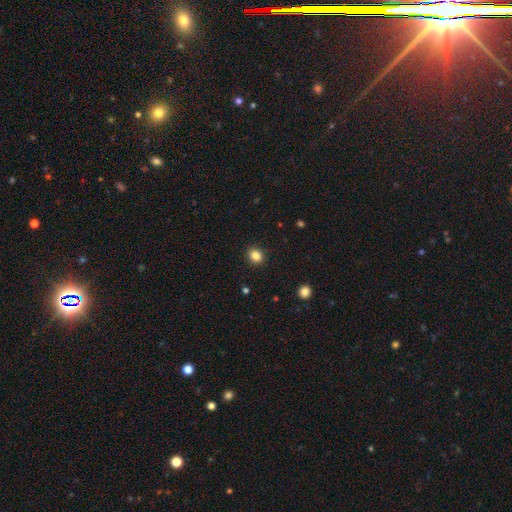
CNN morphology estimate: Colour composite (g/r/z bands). It shows a smooth galaxy with no disk features (84%) that is round (65%). Merging: none (91%).